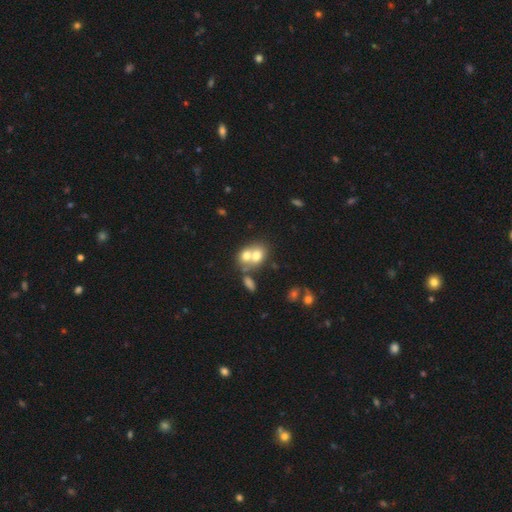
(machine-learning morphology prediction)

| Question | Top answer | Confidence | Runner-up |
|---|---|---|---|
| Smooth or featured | smooth | 67% | featured or disk (23%) |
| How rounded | in between | 53% | round (46%) |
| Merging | merger | 69% | none (22%) |